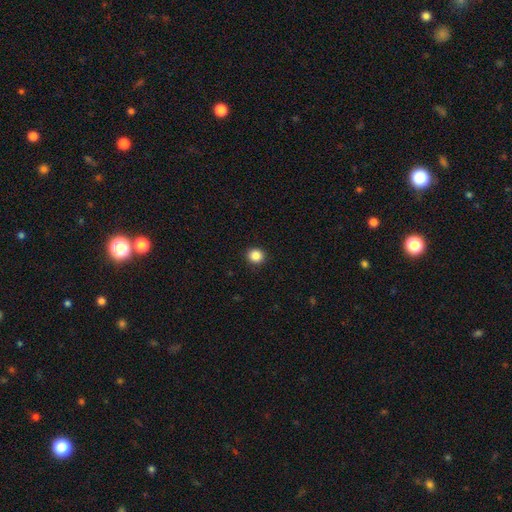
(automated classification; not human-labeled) This appears to be a smooth galaxy with no disk features (86%) that is round (91%). Merging: none (93%).